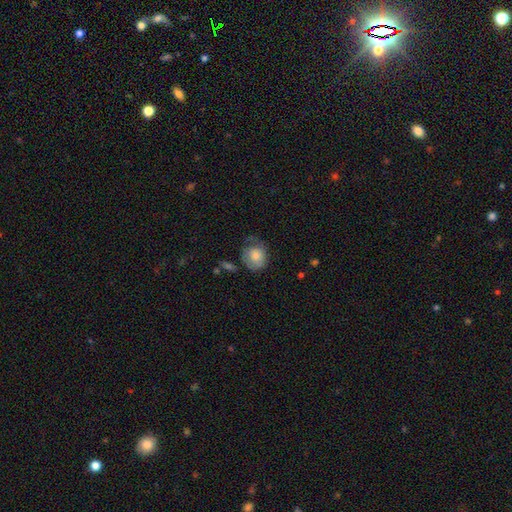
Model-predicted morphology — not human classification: Smooth or featured? smooth (73%)
How rounded? round (67%)
Merging? none (40%)